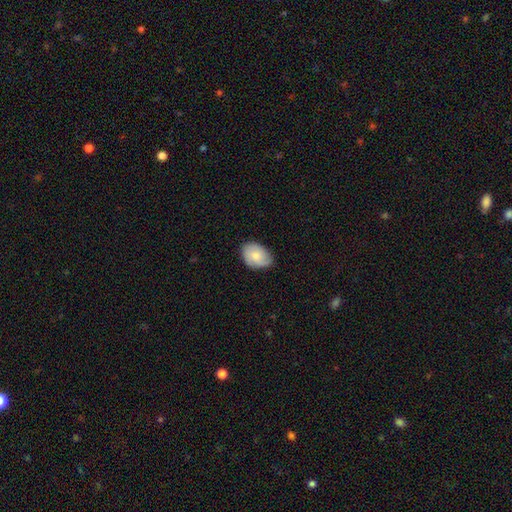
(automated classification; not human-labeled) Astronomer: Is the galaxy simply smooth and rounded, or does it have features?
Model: smooth — 74%.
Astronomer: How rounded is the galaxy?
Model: in between — 76%.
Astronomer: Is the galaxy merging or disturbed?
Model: none — 72%.